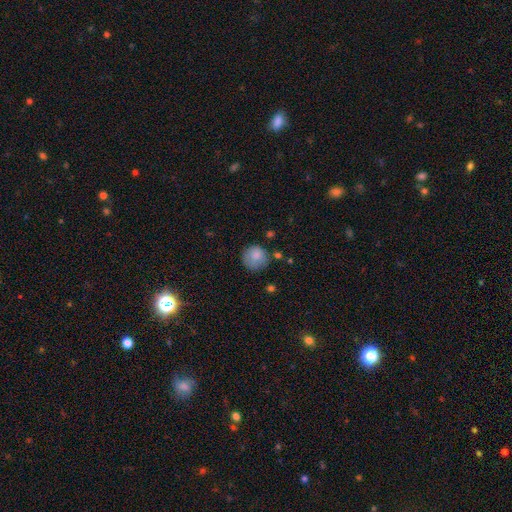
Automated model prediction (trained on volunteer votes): Q: Smooth or featured?
A: smooth (83%); runner-up: featured or disk (9%)
Q: How rounded?
A: round (91%); runner-up: in between (8%)
Q: Merging?
A: none (71%); runner-up: minor disturbance (20%)